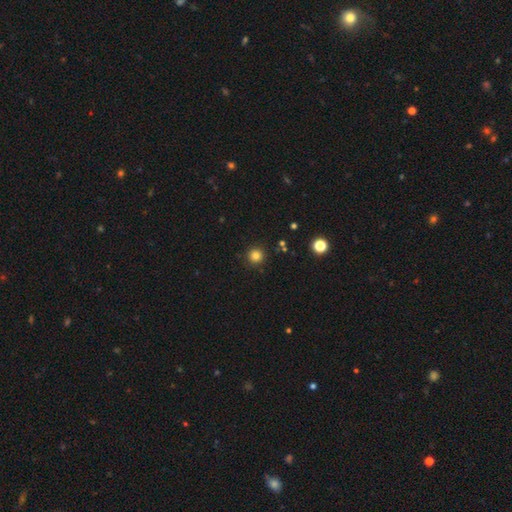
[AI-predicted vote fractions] Overall: smooth (82%). How rounded: round (95%). Merging: none (91%).